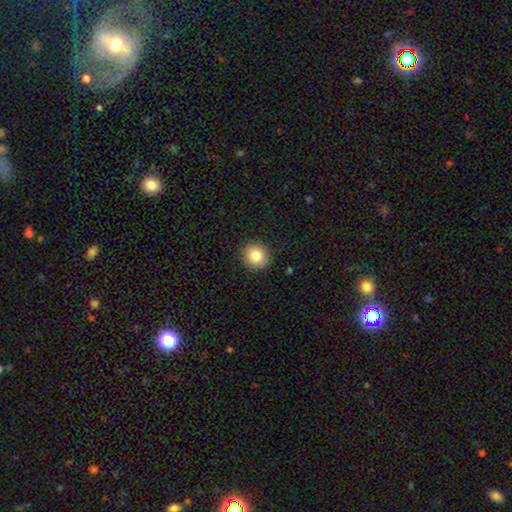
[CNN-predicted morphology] Smooth or featured? Predicted: smooth (p=0.84). How rounded? Predicted: round (p=0.86). Merging? Predicted: none (p=0.90).